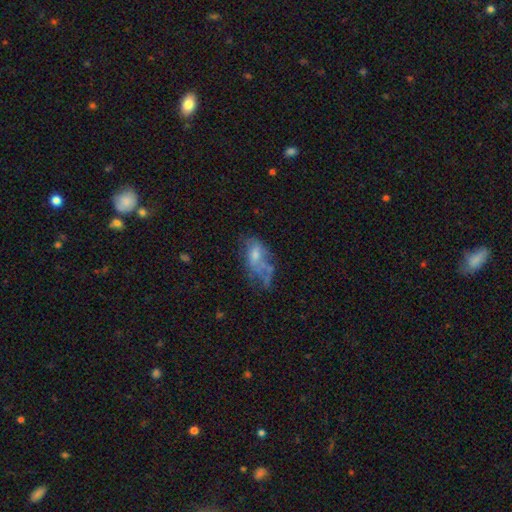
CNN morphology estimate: This is possibly a featured or disk galaxy (45%). Merging: marginally major disturbance (34%).